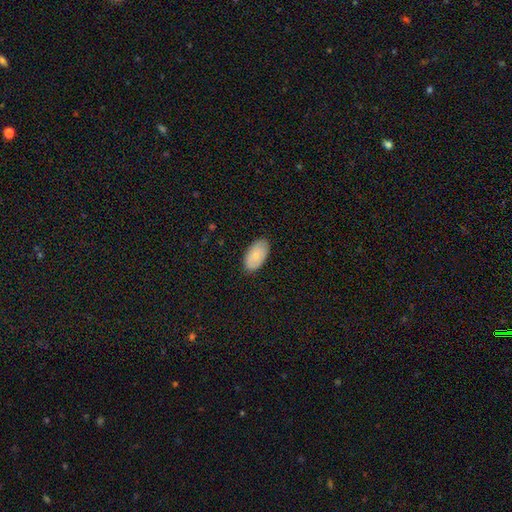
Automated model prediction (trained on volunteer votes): A smooth galaxy with no disk features (75%) that is in between round and cigar-shaped (95%).

Vote fractions:
- Smooth or featured? smooth: 75% / featured or disk: 18% / star or artifact: 6%
- How rounded? in between: 95% / round: 4% / cigar-shaped: 2%
- Merging? none: 86% / minor disturbance: 11% / major disturbance: 2% / merger: 1%